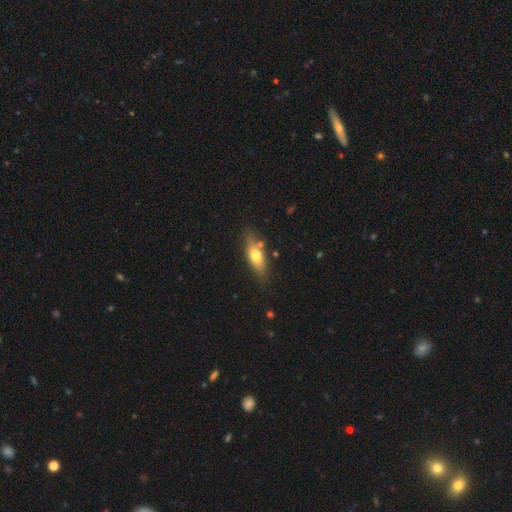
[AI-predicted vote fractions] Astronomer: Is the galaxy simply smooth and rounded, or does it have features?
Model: smooth — 64%.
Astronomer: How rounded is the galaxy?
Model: in between — 64%.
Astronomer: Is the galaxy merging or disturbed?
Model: none — 74%.